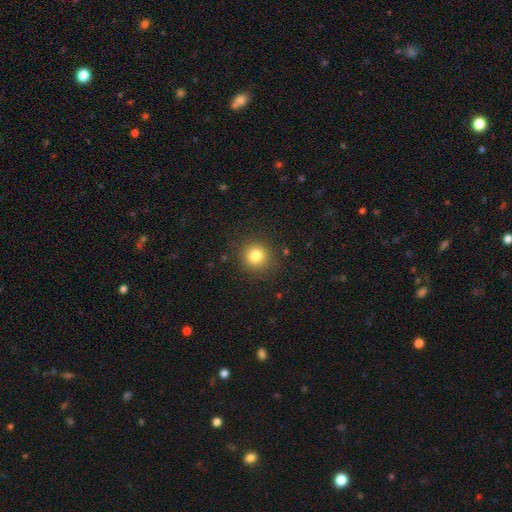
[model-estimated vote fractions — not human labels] Smooth or featured: smooth — 81% (star or artifact — 12%)
How rounded: round — 93% (in between — 6%)
Merging: none — 89% (minor disturbance — 7%)